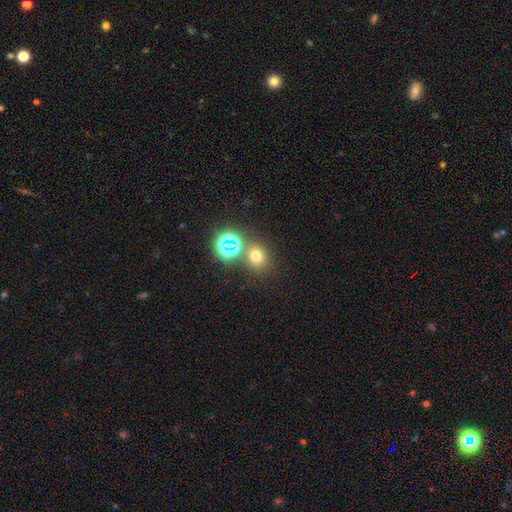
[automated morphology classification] A smooth galaxy with no disk features (65%) that is round (75%). Merging: none (71%).